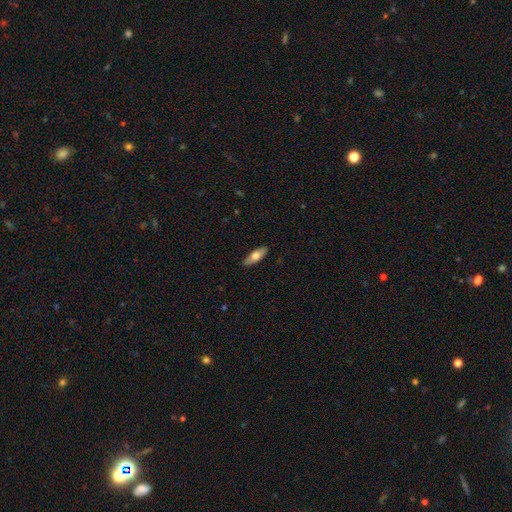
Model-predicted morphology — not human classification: Overall: smooth (66%; featured or disk 29%). How rounded: in between (63%; cigar-shaped 35%). Merging: none (89%).